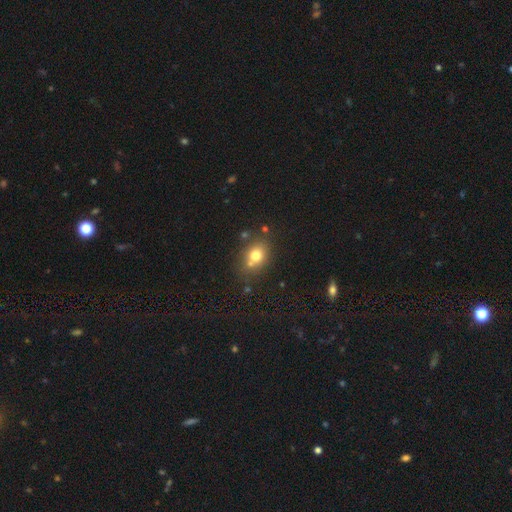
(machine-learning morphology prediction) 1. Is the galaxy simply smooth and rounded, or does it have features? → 74% smooth, 13% star or artifact, 13% featured or disk.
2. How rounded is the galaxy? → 55% round, 44% in between, 1% cigar-shaped.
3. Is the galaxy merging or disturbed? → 63% none, 18% merger, 14% minor disturbance, 5% major disturbance.